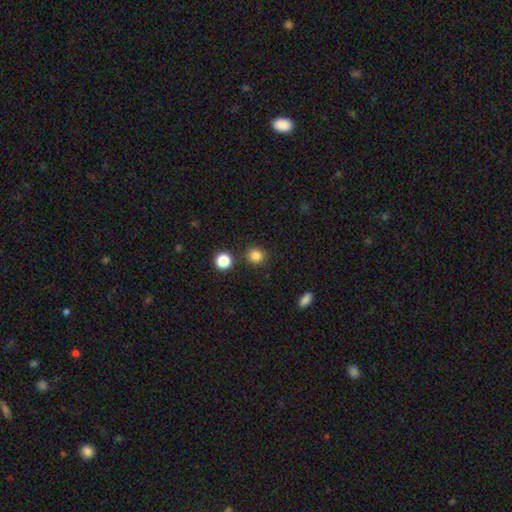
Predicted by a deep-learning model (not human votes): Smooth or featured?
  - smooth: 84% *
  - star or artifact: 12%
  - featured or disk: 4%
How rounded?
  - round: 89% *
  - in between: 10%
  - cigar-shaped: 1%
Merging?
  - none: 87% *
  - minor disturbance: 7%
  - merger: 4%
  - major disturbance: 2%